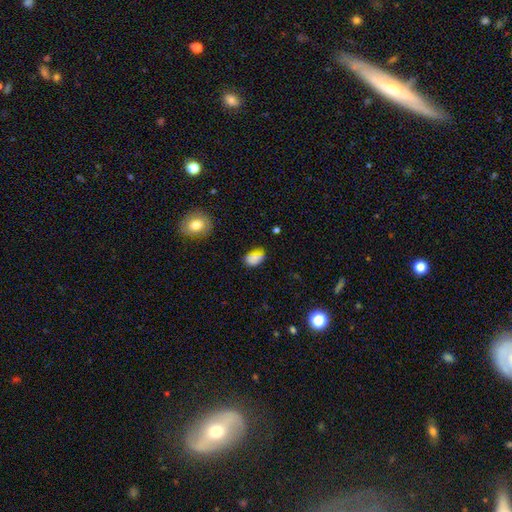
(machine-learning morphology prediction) Overall: smooth (73%). How rounded: in between (82%). Merging: none (73%).